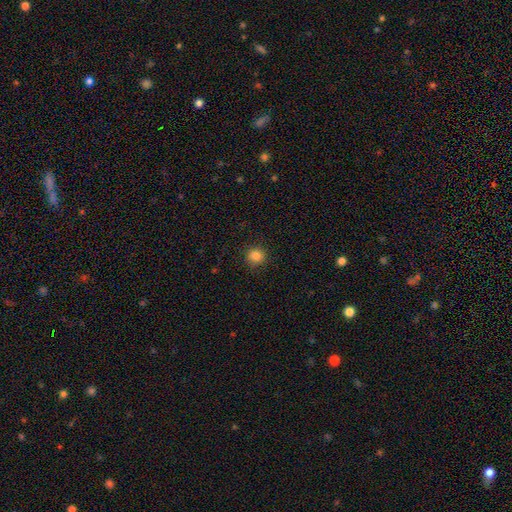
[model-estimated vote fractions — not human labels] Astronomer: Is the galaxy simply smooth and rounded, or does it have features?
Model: smooth — 85%.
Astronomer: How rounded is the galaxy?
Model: round — 92%.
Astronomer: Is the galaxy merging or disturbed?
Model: none — 90%.